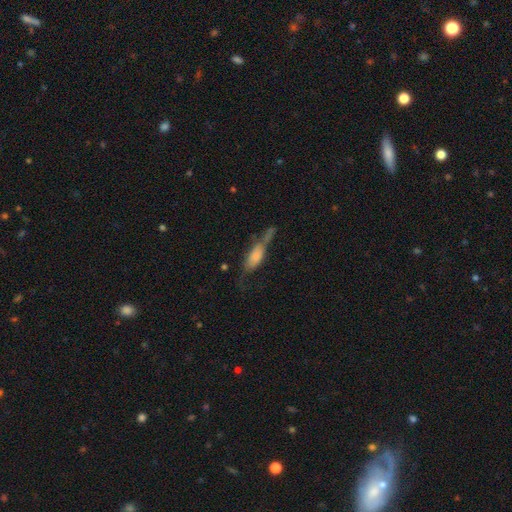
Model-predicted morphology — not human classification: Q: Smooth or featured?
A: smooth (61%); runner-up: featured or disk (30%)
Q: How rounded?
A: in between (60%); runner-up: cigar-shaped (36%)
Q: Merging?
A: major disturbance (29%); runner-up: none (28%)